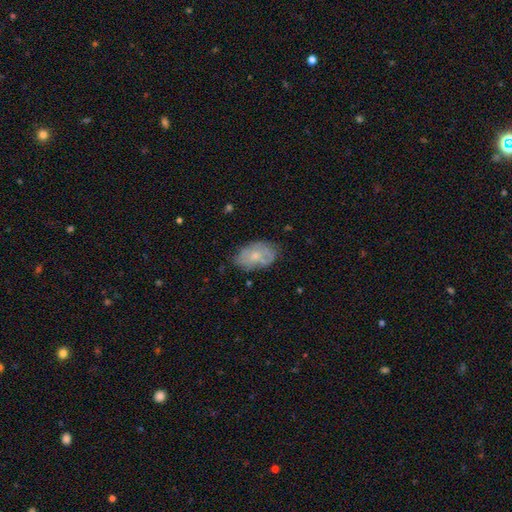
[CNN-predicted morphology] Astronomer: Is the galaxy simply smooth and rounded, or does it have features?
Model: smooth — 49% (runner-up: featured or disk, 43%).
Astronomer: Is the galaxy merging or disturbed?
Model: none — 68%.